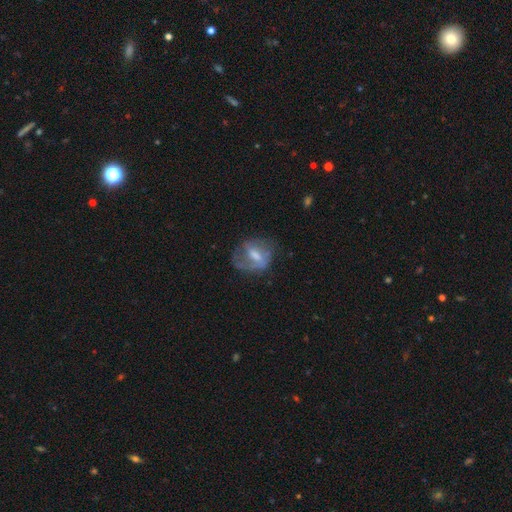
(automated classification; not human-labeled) Smooth or featured: featured or disk — 52% (smooth — 39%)
Edge-on disk: no — 94% (yes — 6%)
Merging: none — 47% (major disturbance — 25%)